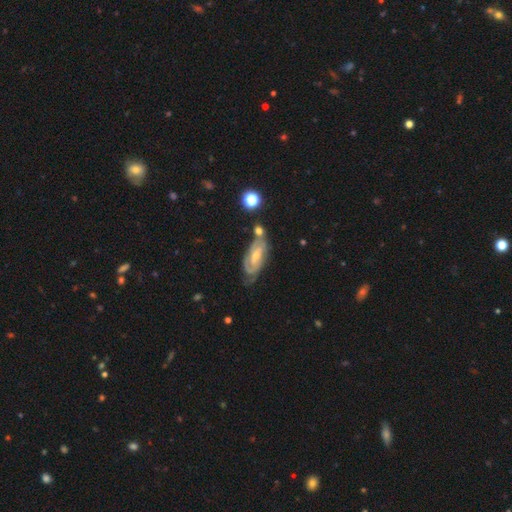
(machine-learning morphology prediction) This appears to be a featured or disk galaxy (80%) with a weak bar (44%), 2 (51%) tight (59%) spiral arms (93%) and a small central bulge (47%). Merging: none (55%).